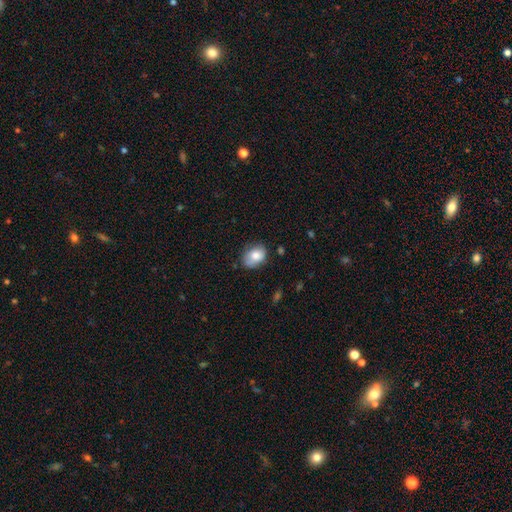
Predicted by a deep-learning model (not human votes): smooth-or-featured: smooth: 79% | featured or disk: 13% | star or artifact: 8%
  how-rounded: in between: 65% | round: 34% | cigar-shaped: 1%
  merging: none: 63% | minor disturbance: 28% | major disturbance: 7% | merger: 3%